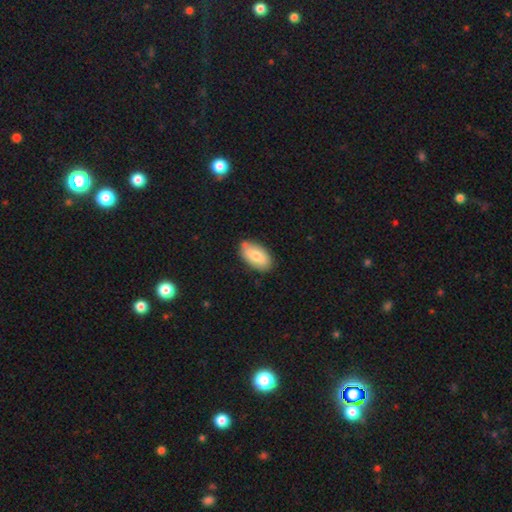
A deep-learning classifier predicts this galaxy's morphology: Smooth or featured?
  - smooth: 77% *
  - featured or disk: 16%
  - star or artifact: 6%
How rounded?
  - in between: 94% *
  - round: 3%
  - cigar-shaped: 3%
Merging?
  - none: 78% *
  - minor disturbance: 15%
  - merger: 4%
  - major disturbance: 3%